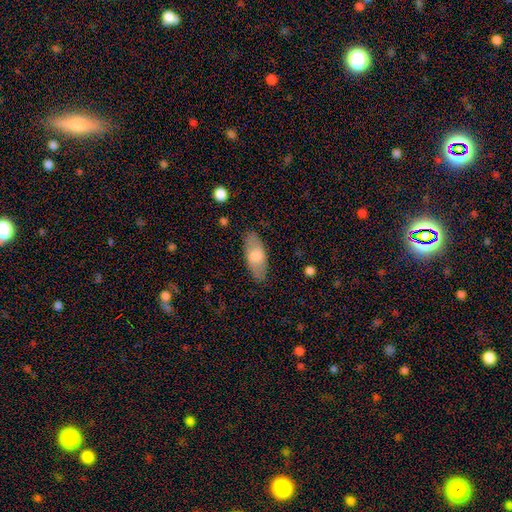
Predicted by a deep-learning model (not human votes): Overall: smooth (71%). How rounded: in between (82%). Merging: none (83%).